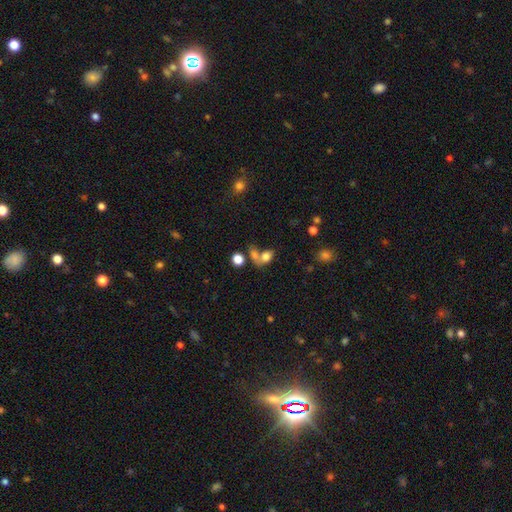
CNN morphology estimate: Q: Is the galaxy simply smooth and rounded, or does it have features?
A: smooth — 43%.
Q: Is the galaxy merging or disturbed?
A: none — 50%.